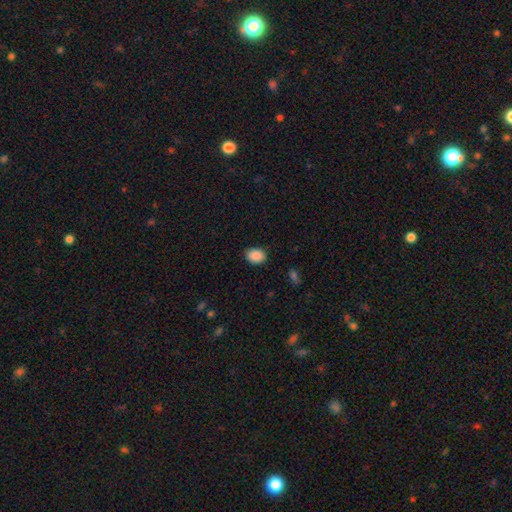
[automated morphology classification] type=smooth (89%); roundness=in between (67%); merging=none (85%).